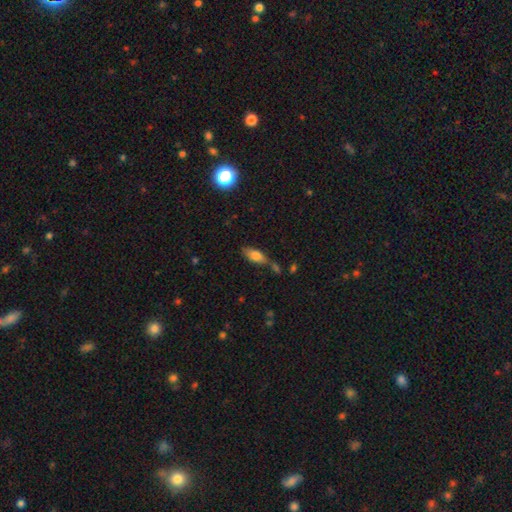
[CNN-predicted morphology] Smooth or featured: smooth — 75% (featured or disk — 16%)
How rounded: in between — 78% (cigar-shaped — 19%)
Merging: none — 54% (minor disturbance — 21%)